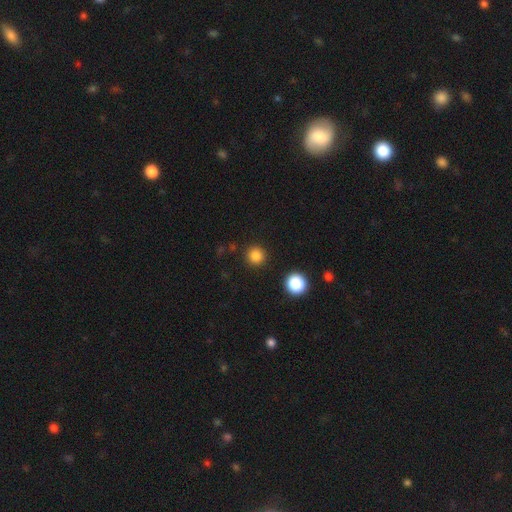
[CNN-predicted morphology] This is clearly a smooth galaxy (83%). How rounded: clearly round (95%). Merging: clearly none (90%).